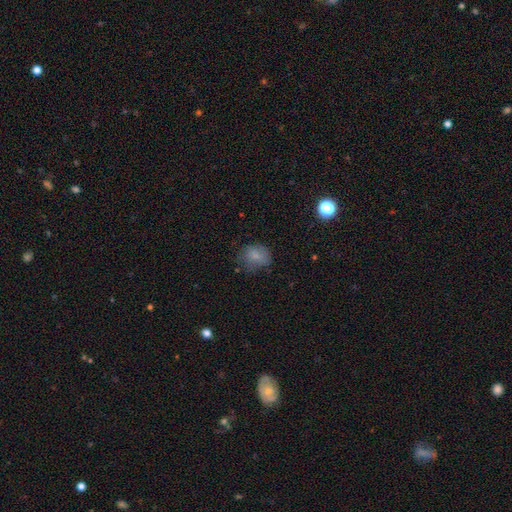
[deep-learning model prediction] Morphology: type=smooth (78%); roundness=round (59%); merging=none (59%).